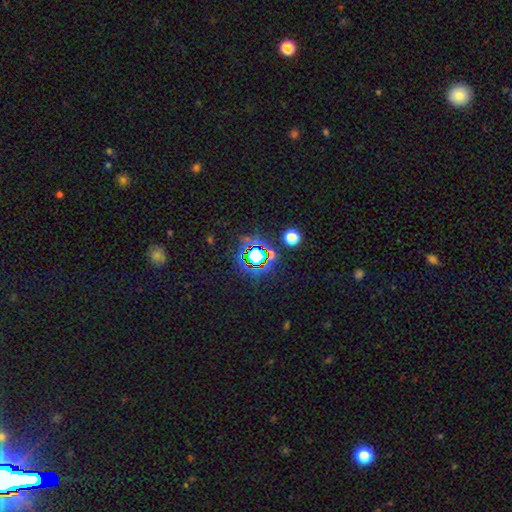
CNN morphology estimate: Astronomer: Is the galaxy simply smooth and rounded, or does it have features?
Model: star or artifact — 67%.